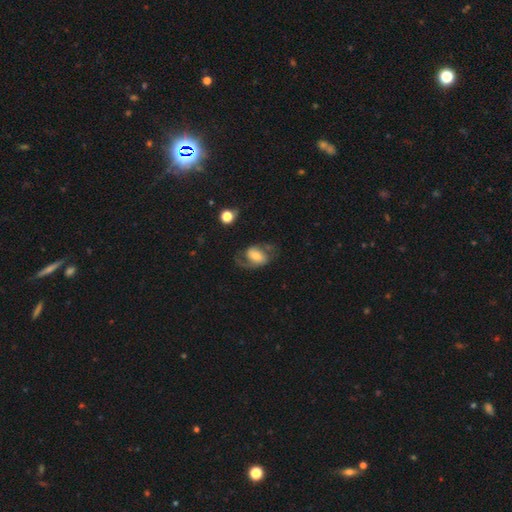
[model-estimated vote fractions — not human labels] Smooth or featured? Predicted: featured or disk (p=0.63). Edge-on disk? Predicted: no (p=0.96). Bar? Predicted: no (p=0.43). Spiral arms? Predicted: yes (p=0.86). Spiral winding? Predicted: medium (p=0.46). Spiral arm count? Predicted: 2 (p=0.78). Bulge size? Predicted: moderate (p=0.51). Merging? Predicted: none (p=0.53).